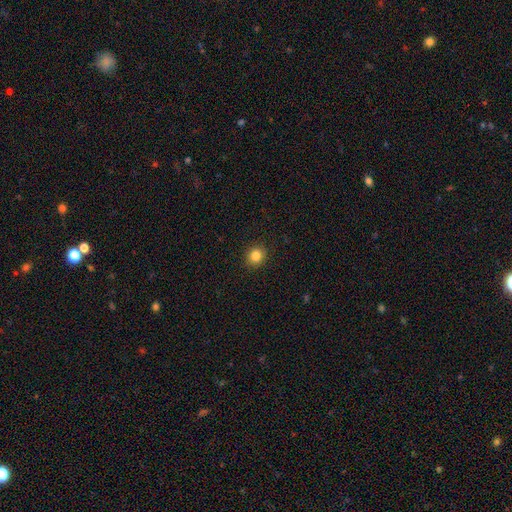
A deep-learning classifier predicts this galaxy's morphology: A smooth galaxy with no disk features (84%) that is round (83%).

Vote fractions:
- Smooth or featured? smooth: 84% / star or artifact: 11% / featured or disk: 5%
- How rounded? round: 83% / in between: 16% / cigar-shaped: 1%
- Merging? none: 92% / minor disturbance: 6% / major disturbance: 2% / merger: 1%